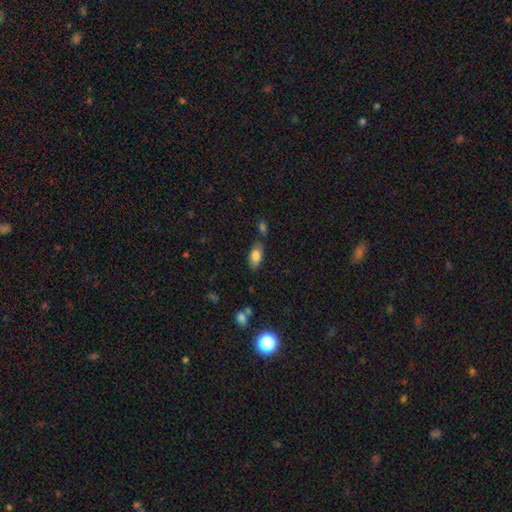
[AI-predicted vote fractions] Smooth or featured?
  - smooth: 82% *
  - featured or disk: 10%
  - star or artifact: 8%
How rounded?
  - in between: 90% *
  - cigar-shaped: 7%
  - round: 3%
Merging?
  - none: 67% *
  - minor disturbance: 18%
  - merger: 10%
  - major disturbance: 5%